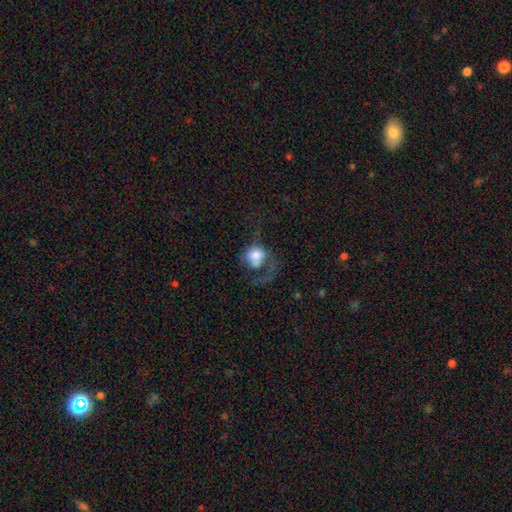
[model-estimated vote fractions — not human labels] smooth_or_featured: smooth (p=0.58) [alt: featured or disk p=0.33]
how_rounded: round (p=0.66) [alt: in between p=0.33]
merging: major disturbance (p=0.57) [alt: none p=0.22]